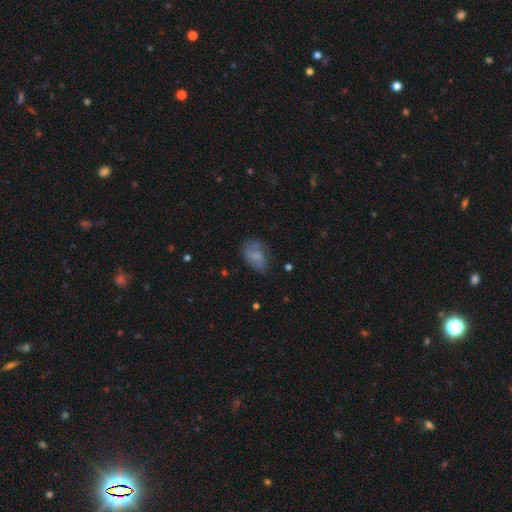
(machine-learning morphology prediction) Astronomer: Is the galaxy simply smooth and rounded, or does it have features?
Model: smooth — 51% (runner-up: featured or disk, 38%).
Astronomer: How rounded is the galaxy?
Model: in between — 83%.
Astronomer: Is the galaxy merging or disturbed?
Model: none — 50% (runner-up: minor disturbance, 26%).